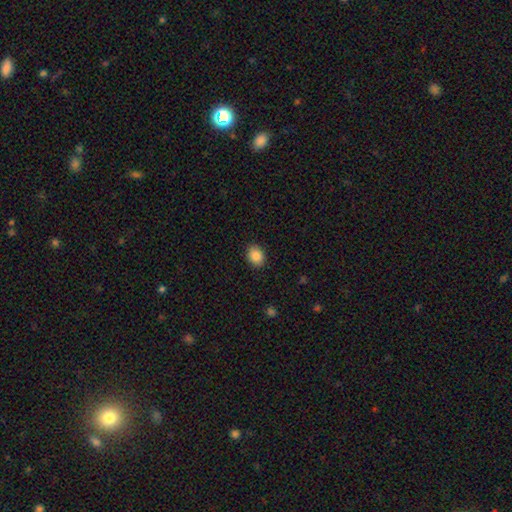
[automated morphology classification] Smooth or featured? smooth (88%)
How rounded? in between (58%)
Merging? none (89%)